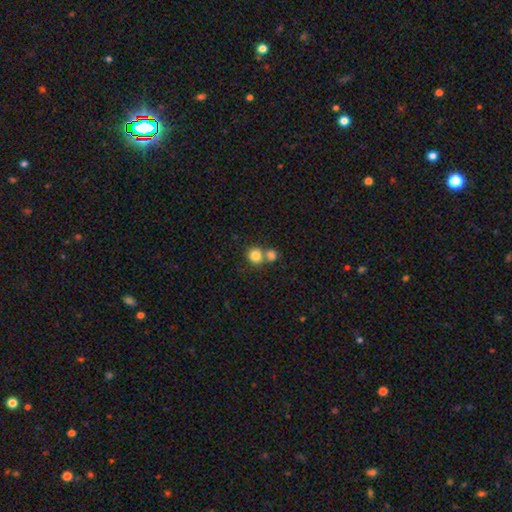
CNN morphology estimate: This is clearly a smooth galaxy (83%). How rounded: clearly round (85%). Merging: possibly none (49%).